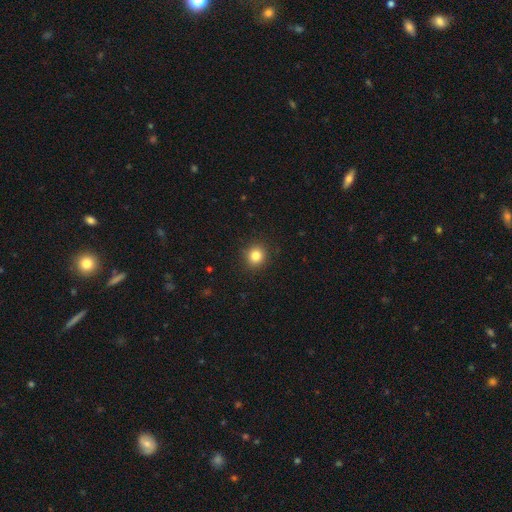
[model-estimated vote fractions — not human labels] This is clearly a smooth galaxy (83%). How rounded: clearly round (87%). Merging: clearly none (91%).